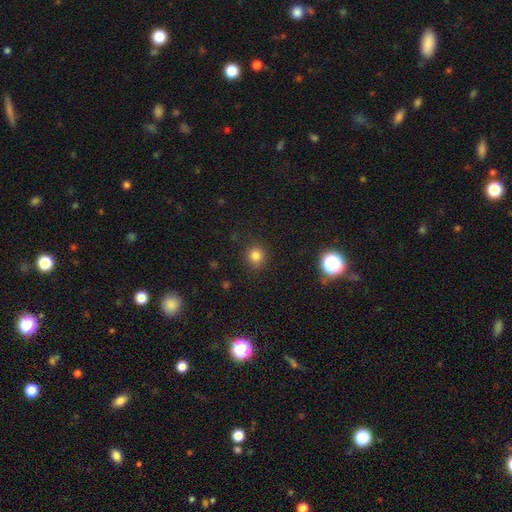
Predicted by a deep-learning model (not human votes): A smooth galaxy with no disk features (80%) that is round (89%).

Vote fractions:
- Smooth or featured? smooth: 80% / star or artifact: 15% / featured or disk: 5%
- How rounded? round: 89% / in between: 10% / cigar-shaped: 1%
- Merging? none: 88% / minor disturbance: 8% / major disturbance: 3% / merger: 1%